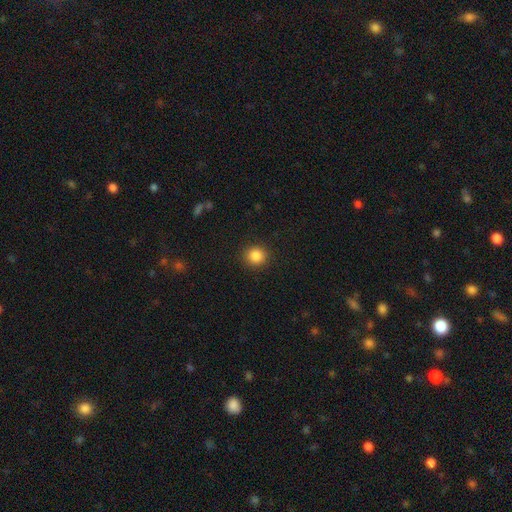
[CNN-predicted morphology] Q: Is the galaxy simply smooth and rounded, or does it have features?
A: smooth — 86%.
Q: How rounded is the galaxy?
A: round — 90%.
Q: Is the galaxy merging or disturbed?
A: none — 91%.